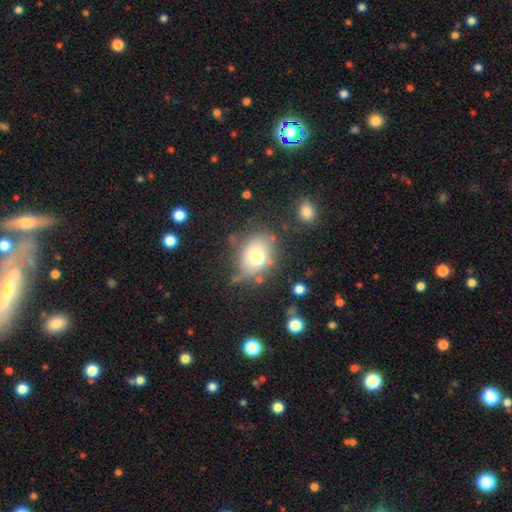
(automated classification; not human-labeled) Overall: smooth (67%). How rounded: in between (60%; round 38%). Merging: none (56%; minor disturbance 23%).